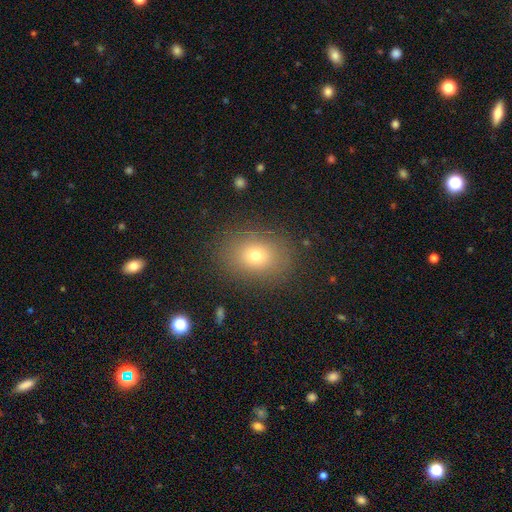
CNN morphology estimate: Smooth or featured? Predicted: smooth (p=0.74). How rounded? Predicted: in between (p=0.59). Merging? Predicted: none (p=0.84).